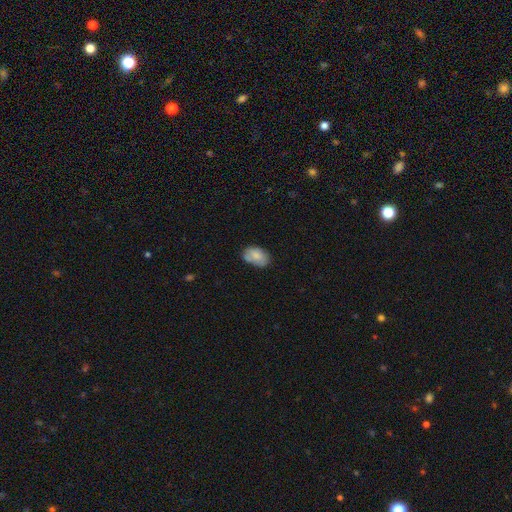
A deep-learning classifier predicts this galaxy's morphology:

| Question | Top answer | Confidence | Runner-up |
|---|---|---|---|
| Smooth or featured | smooth | 77% | featured or disk (16%) |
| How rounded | in between | 88% | round (11%) |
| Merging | none | 63% | minor disturbance (27%) |